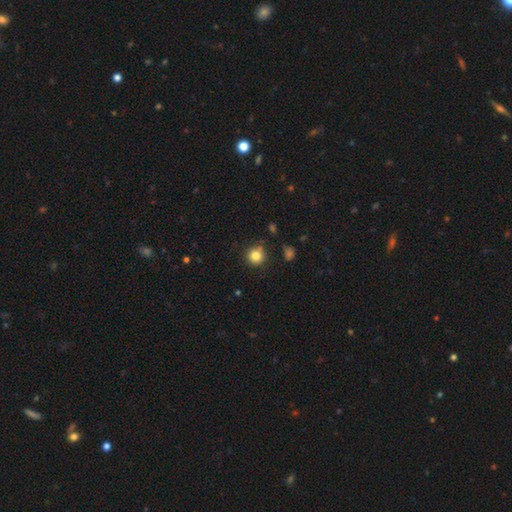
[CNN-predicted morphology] A smooth galaxy with no disk features (82%) that is round (93%). Merging: none (83%).